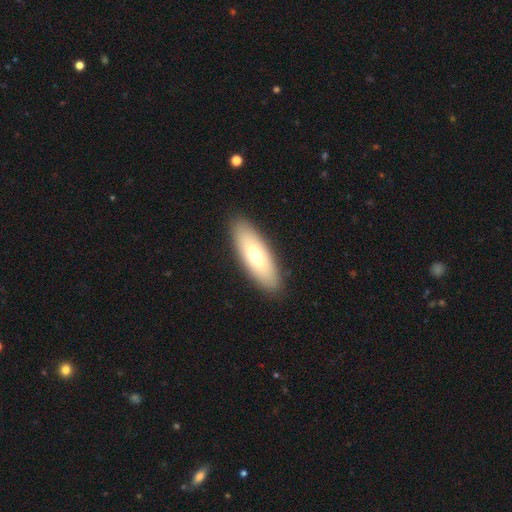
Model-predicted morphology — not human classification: Smooth or featured? smooth (66%)
How rounded? in between (63%)
Merging? none (90%)